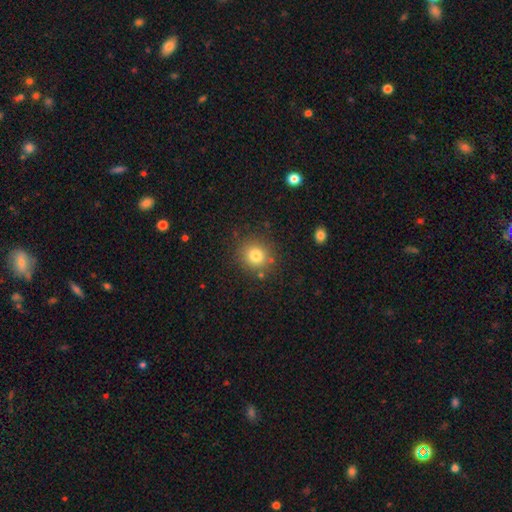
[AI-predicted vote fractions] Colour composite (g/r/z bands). It shows a smooth galaxy with no disk features (79%) that is round (89%). Merging: none (85%).